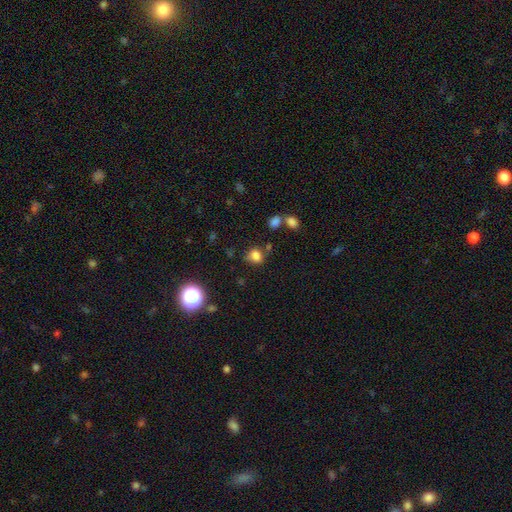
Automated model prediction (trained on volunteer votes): Q: Smooth or featured?
A: smooth (77%); runner-up: star or artifact (16%)
Q: How rounded?
A: round (52%); runner-up: in between (47%)
Q: Merging?
A: none (62%); runner-up: minor disturbance (21%)